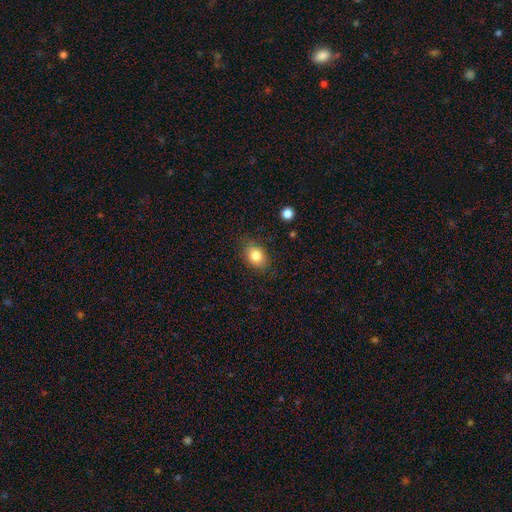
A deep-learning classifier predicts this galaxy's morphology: Smooth or featured: smooth — 83% (star or artifact — 9%)
How rounded: in between — 66% (round — 32%)
Merging: none — 80% (minor disturbance — 15%)